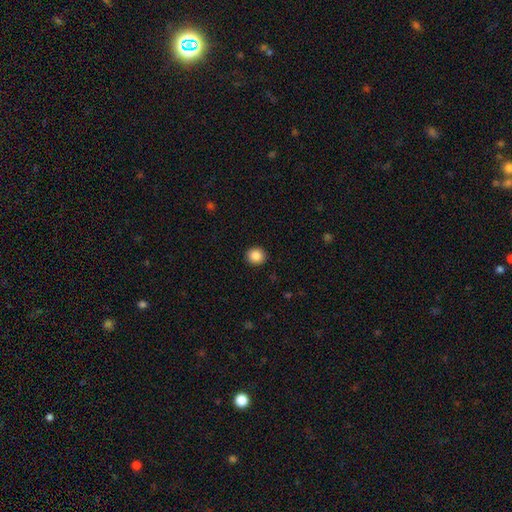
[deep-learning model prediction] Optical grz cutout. It shows a smooth galaxy with no disk features (87%) that is round (90%). Merging: none (92%).